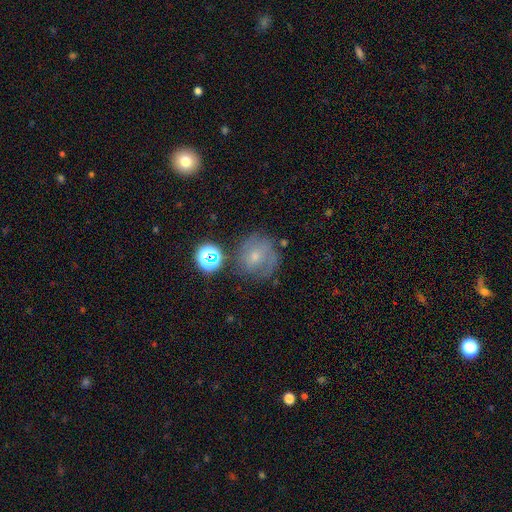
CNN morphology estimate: smooth_or_featured: featured or disk (p=0.44) [alt: smooth p=0.40]
merging: none (p=0.60) [alt: minor disturbance p=0.21]